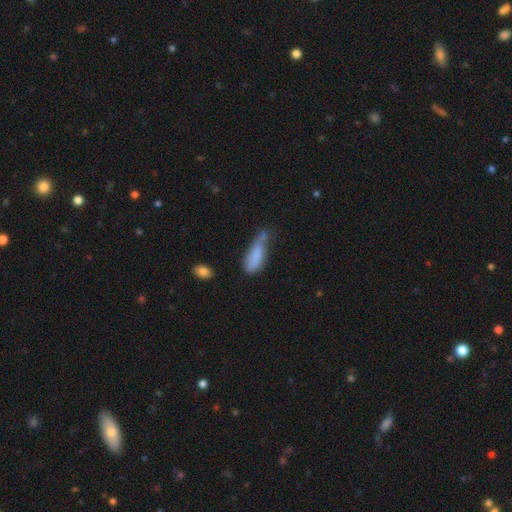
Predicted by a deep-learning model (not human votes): smooth 79%, featured or disk 13%, star or artifact 8%. Down the decision tree: how rounded — in between (55%); merging — minor disturbance (39%).